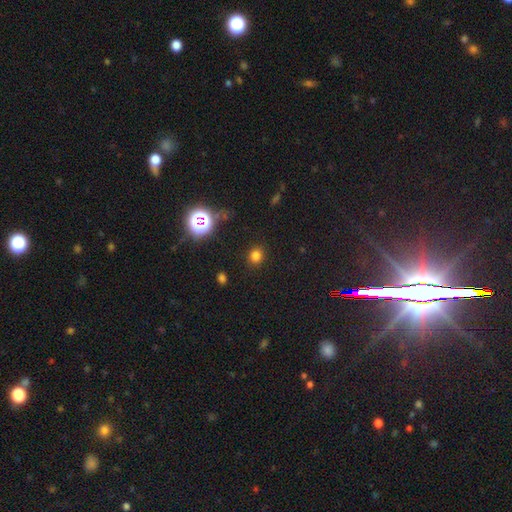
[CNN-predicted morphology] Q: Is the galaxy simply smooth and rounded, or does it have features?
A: smooth — 76%.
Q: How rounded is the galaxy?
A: round — 81%.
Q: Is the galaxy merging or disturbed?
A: none — 88%.